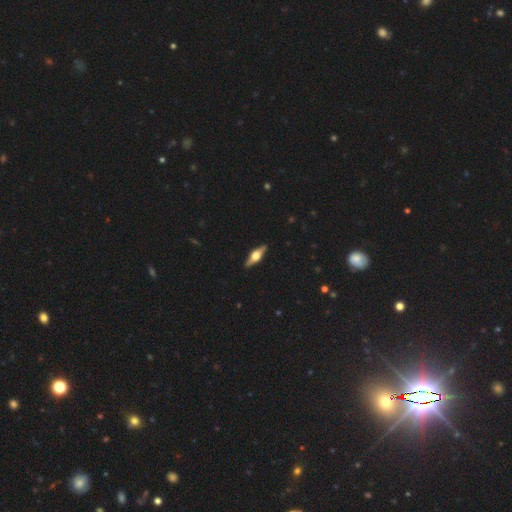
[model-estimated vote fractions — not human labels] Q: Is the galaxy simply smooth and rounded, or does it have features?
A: featured or disk — 71%.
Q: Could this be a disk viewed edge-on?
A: yes — 96%.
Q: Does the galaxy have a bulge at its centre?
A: rounded — 93%.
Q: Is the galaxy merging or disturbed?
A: none — 90%.